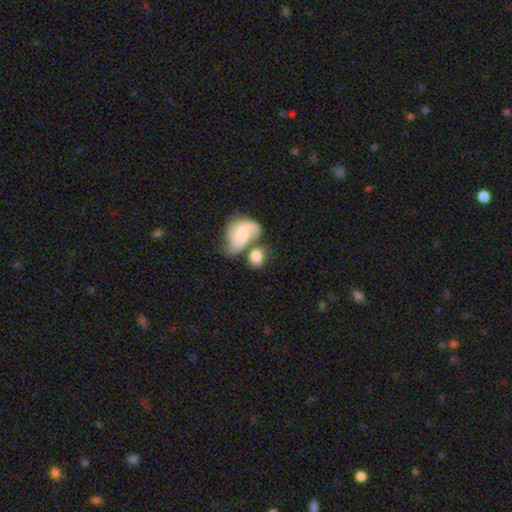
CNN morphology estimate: A smooth galaxy with no disk features (66%) that is in between round and cigar-shaped (53%). Merging: merger (44%).